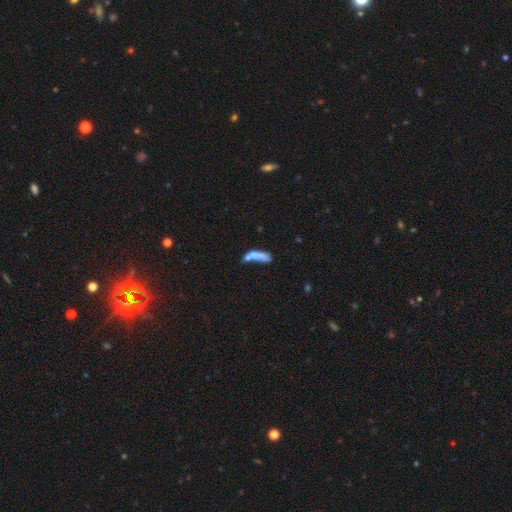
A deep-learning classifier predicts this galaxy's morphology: Smooth or featured? smooth (60%)
How rounded? in between (50%)
Merging? merger (48%)